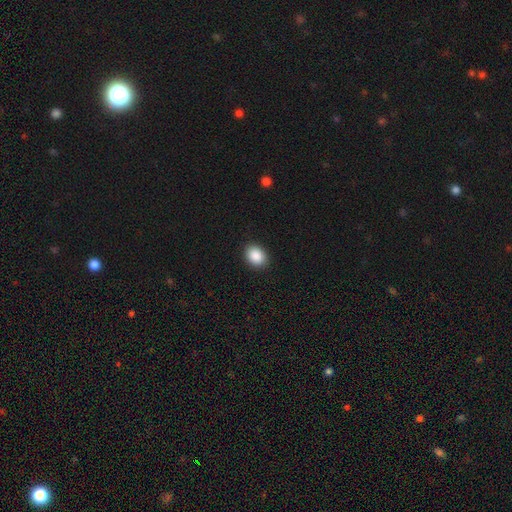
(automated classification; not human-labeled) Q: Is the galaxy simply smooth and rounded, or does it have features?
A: smooth — 89%.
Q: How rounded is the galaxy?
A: in between — 63%.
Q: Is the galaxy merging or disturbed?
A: none — 90%.